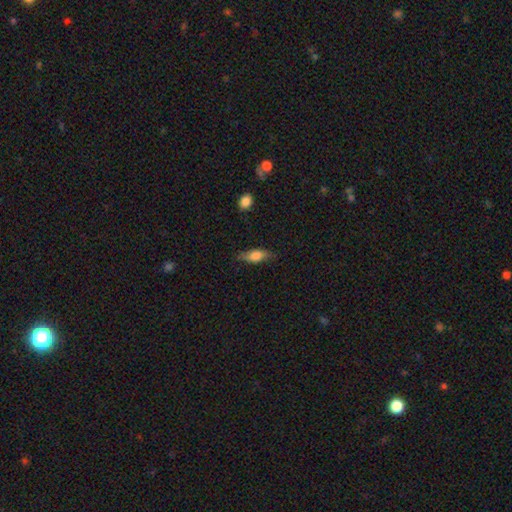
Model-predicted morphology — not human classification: A smooth galaxy with no disk features (68%) that is in between round and cigar-shaped (66%). Merging: none (76%).